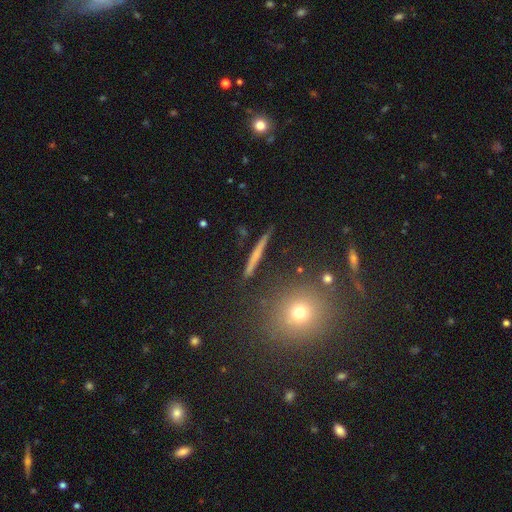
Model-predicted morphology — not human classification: A smooth galaxy with no disk features (45%). Merging: none (88%).